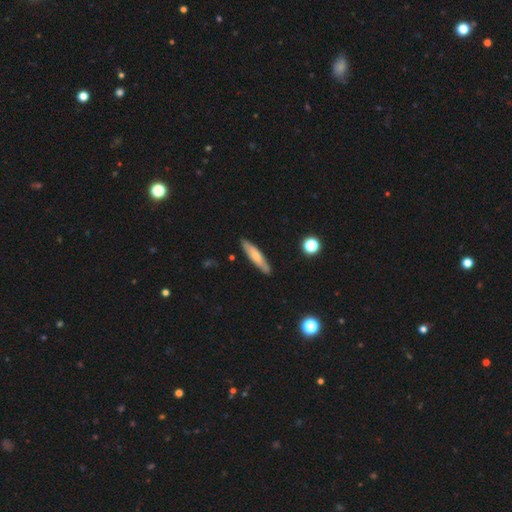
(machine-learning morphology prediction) type=smooth (60%); roundness=cigar-shaped (83%); merging=none (87%).